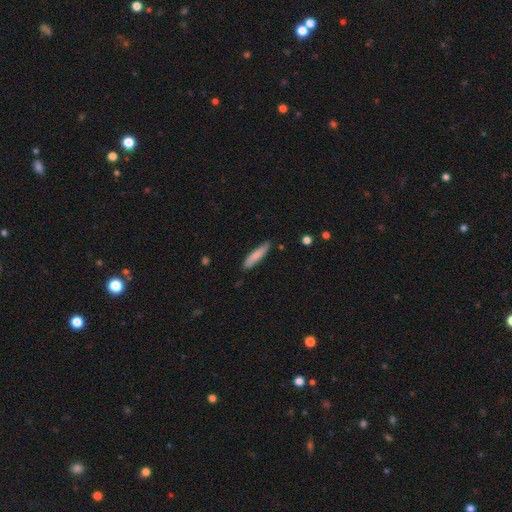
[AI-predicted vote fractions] Q: Smooth or featured?
A: smooth (81%); runner-up: featured or disk (13%)
Q: How rounded?
A: cigar-shaped (86%); runner-up: in between (13%)
Q: Merging?
A: none (83%); runner-up: minor disturbance (13%)